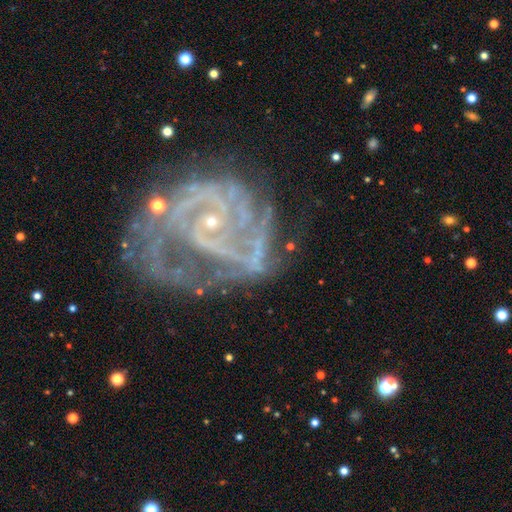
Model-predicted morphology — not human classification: The model was most divided on "spiral arm count": 2: 28%, 3: 23%, can't tell: 17%, 4: 13%, more than 4: 10%, 1: 9%. Remaining: edge-on disk — no (98%); spiral arms — yes (97%); smooth or featured — featured or disk (88%); bulge size — small (83%); bar — no (63%); spiral winding — tight (59%); merging — none (47%).